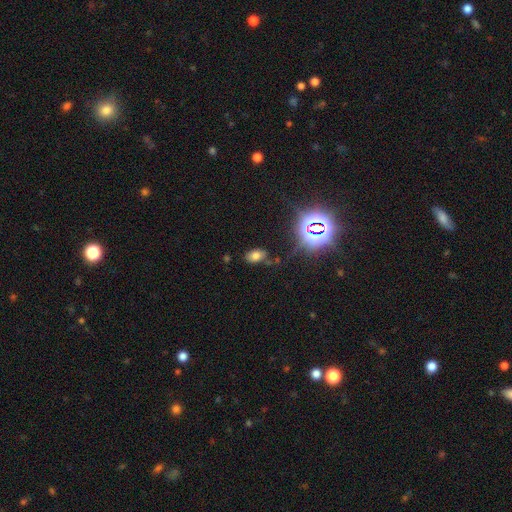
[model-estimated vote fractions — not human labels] A smooth galaxy with no disk features (63%) that is in between round and cigar-shaped (87%). Merging: none (73%).